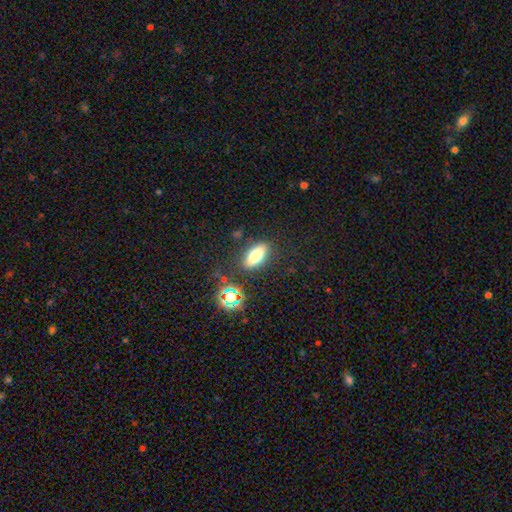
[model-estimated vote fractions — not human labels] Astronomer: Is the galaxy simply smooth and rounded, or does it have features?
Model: smooth — 68%.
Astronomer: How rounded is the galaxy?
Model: in between — 75%.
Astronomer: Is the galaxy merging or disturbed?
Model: none — 82%.